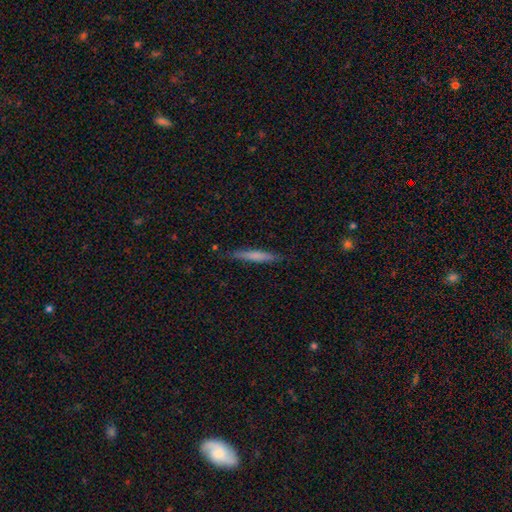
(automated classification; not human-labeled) A smooth galaxy with no disk features (64%) that is cigar-shaped (95%). Merging: none (87%).